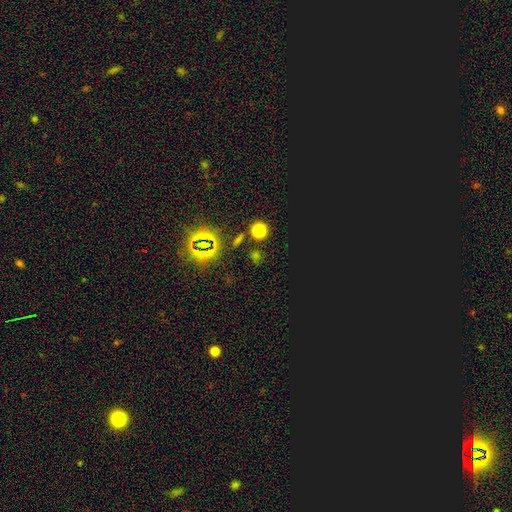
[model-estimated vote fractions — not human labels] Smooth or featured: star or artifact — 61% (smooth — 33%)